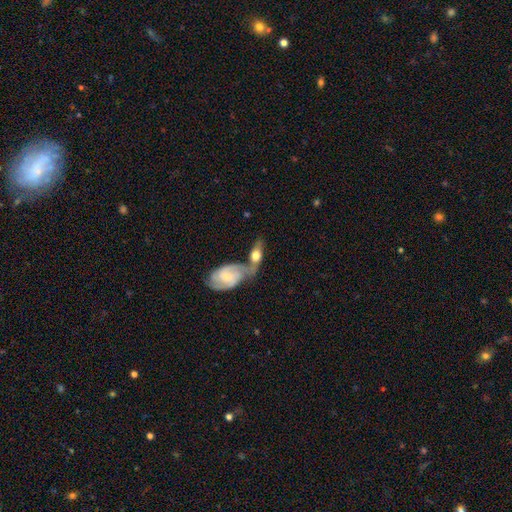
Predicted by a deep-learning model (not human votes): Smooth or featured? featured or disk (48%)
Merging? merger (63%)